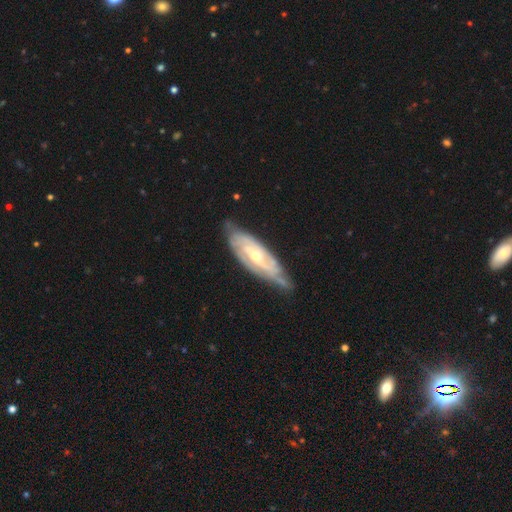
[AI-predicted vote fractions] This appears to be a featured or disk galaxy (84%) with a weak bar (41%), 2 (43%) tight (61%) spiral arms (92%) and a moderate central bulge (52%). Merging: none (67%).